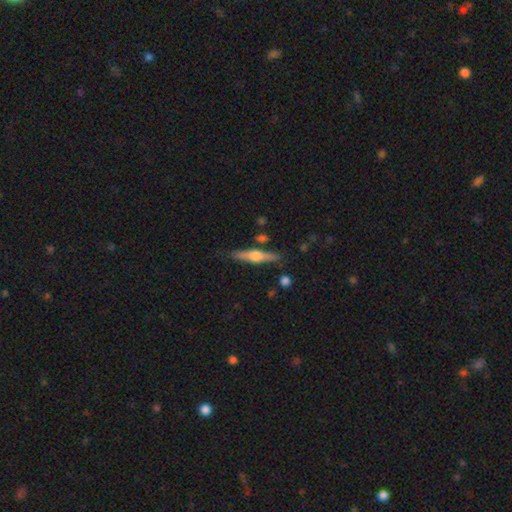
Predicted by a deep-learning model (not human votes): Q: Smooth or featured?
A: featured or disk (63%); runner-up: smooth (32%)
Q: Edge-on disk?
A: yes (96%); runner-up: no (4%)
Q: Edge-on bulge?
A: rounded (93%); runner-up: boxy (4%)
Q: Merging?
A: none (84%); runner-up: minor disturbance (10%)